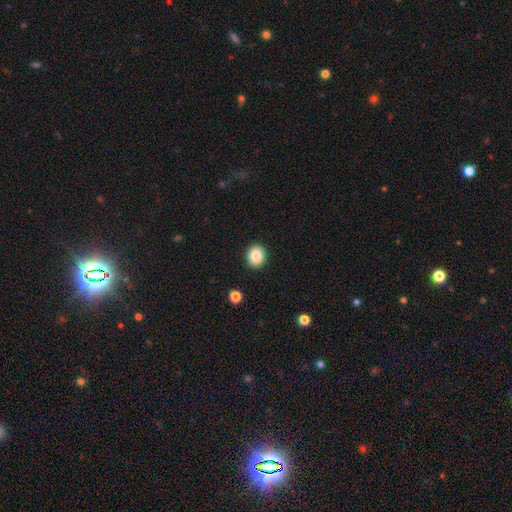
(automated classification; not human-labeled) smooth_or_featured: smooth (p=0.86) [alt: star or artifact p=0.09]
how_rounded: round (p=0.66) [alt: in between p=0.33]
merging: none (p=0.91) [alt: minor disturbance p=0.06]